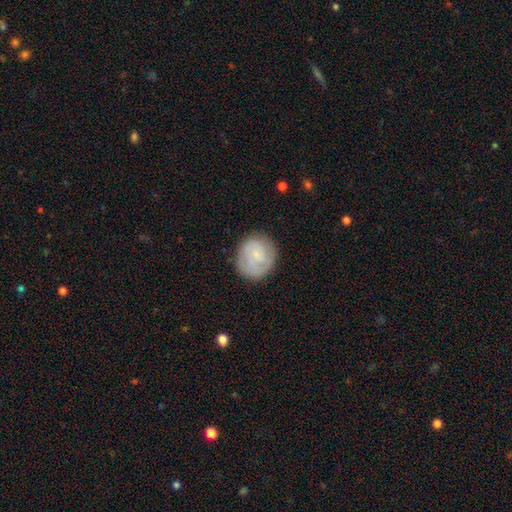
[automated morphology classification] This is possibly a smooth galaxy (53%). How rounded: likely round (78%). Merging: likely none (78%).